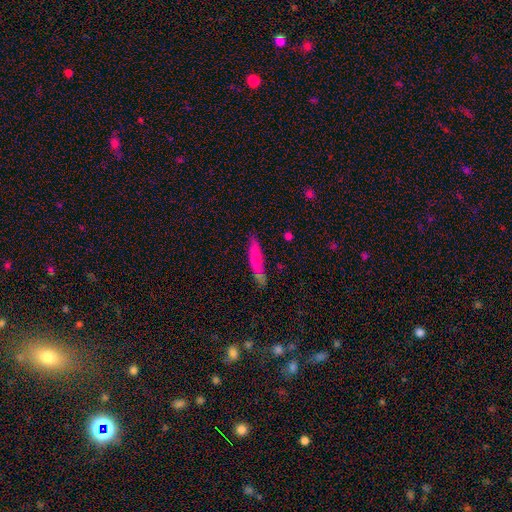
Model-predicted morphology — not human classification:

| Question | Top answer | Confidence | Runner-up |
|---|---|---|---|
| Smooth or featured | smooth | 69% | featured or disk (23%) |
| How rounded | cigar-shaped | 91% | in between (8%) |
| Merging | none | 78% | minor disturbance (15%) |